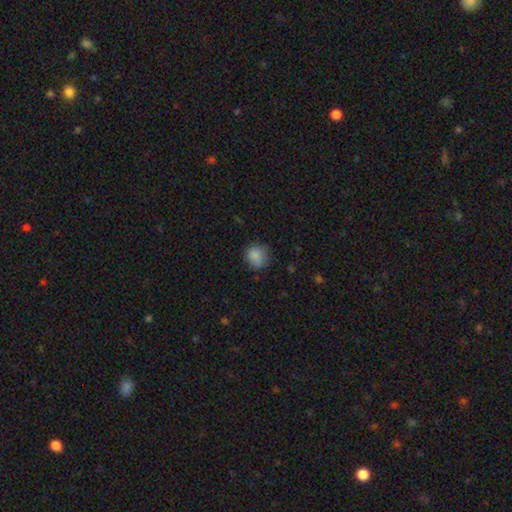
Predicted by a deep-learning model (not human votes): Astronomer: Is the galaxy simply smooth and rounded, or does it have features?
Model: smooth — 84%.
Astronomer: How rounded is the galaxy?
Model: round — 80%.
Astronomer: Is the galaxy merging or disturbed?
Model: none — 73%.